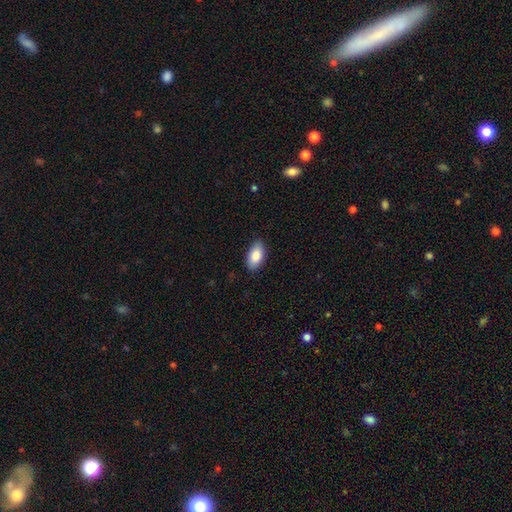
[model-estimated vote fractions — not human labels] smooth-or-featured: smooth: 86% | featured or disk: 8% | star or artifact: 7%
  how-rounded: in between: 94% | round: 3% | cigar-shaped: 3%
  merging: none: 87% | minor disturbance: 10% | major disturbance: 2% | merger: 1%